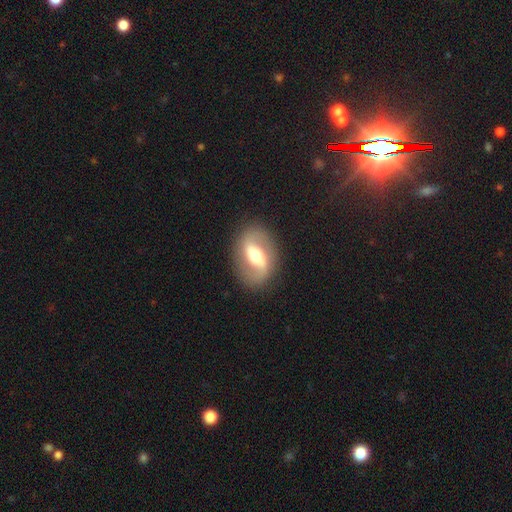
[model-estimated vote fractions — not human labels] Smooth or featured: featured or disk — 75% (smooth — 19%)
Edge-on disk: no — 93% (yes — 7%)
Bar: strong — 51% (weak — 34%)
Spiral arms: yes — 75% (no — 25%)
Spiral winding: loose — 49% (medium — 38%)
Spiral arm count: 2 — 90% (can't tell — 4%)
Bulge size: moderate — 60% (large — 24%)
Merging: none — 86% (minor disturbance — 9%)